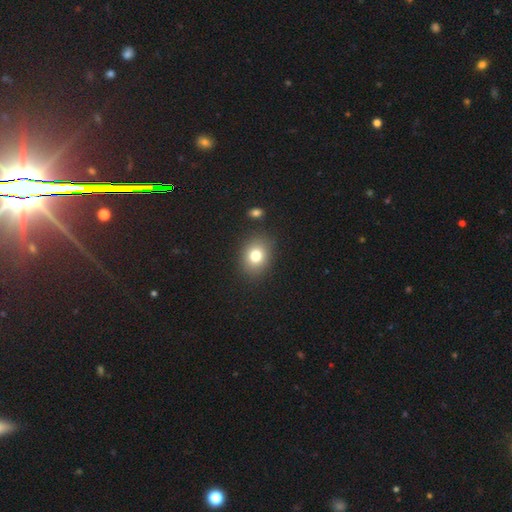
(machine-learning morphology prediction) smooth_or_featured: smooth (p=0.78) [alt: star or artifact p=0.12]
how_rounded: round (p=0.54) [alt: in between p=0.46]
merging: none (p=0.86) [alt: minor disturbance p=0.08]